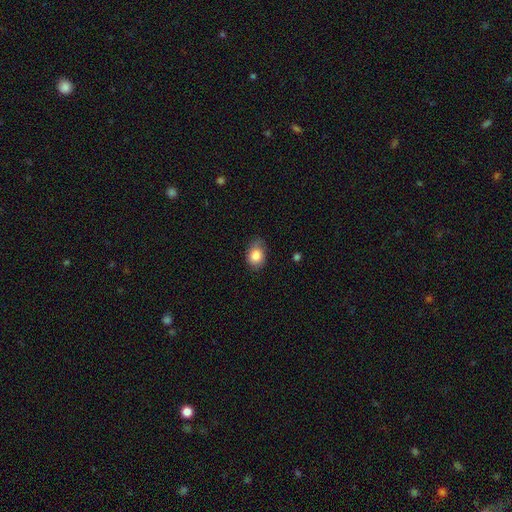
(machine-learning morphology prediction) Smooth or featured: smooth — 85% (star or artifact — 8%)
How rounded: in between — 63% (round — 36%)
Merging: none — 67% (minor disturbance — 27%)